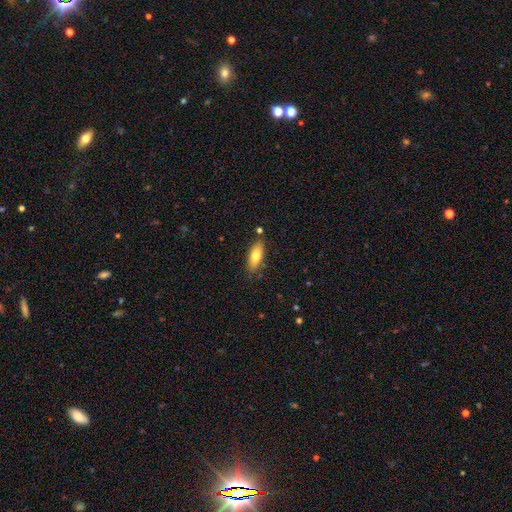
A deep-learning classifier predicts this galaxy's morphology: This is likely a smooth galaxy (75%). How rounded: likely in between (72%). Merging: clearly none (81%).